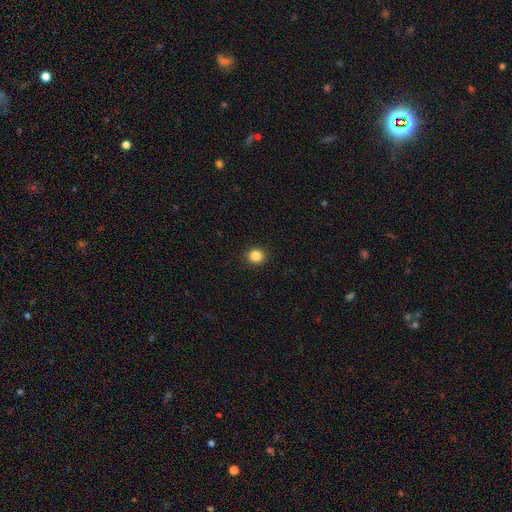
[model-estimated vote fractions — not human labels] Smooth or featured: smooth — 85% (star or artifact — 11%)
How rounded: round — 89% (in between — 11%)
Merging: none — 92% (minor disturbance — 5%)